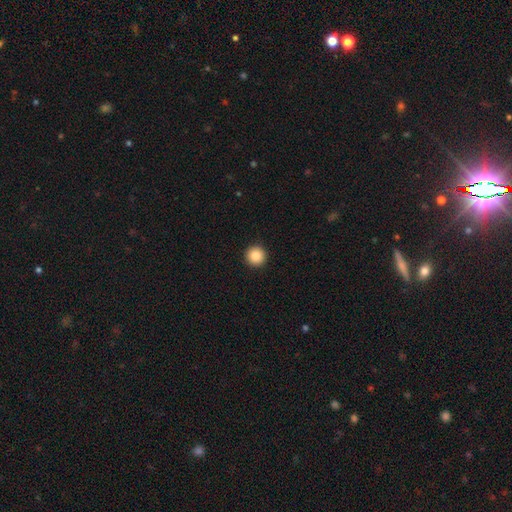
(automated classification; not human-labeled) This appears to be a smooth galaxy with no disk features (87%) that is round (96%). Merging: none (94%).